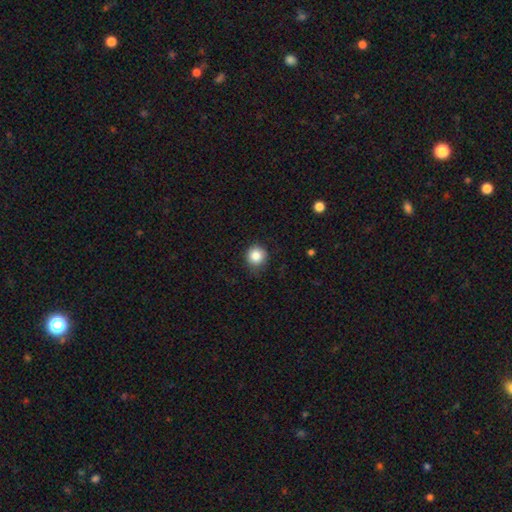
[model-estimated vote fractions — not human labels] Smooth or featured? smooth (84%)
How rounded? round (93%)
Merging? none (84%)